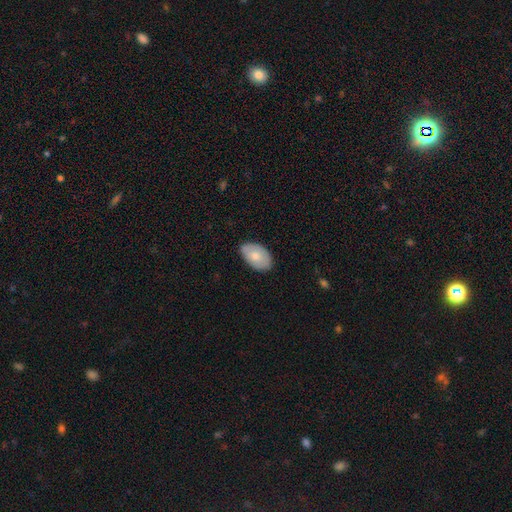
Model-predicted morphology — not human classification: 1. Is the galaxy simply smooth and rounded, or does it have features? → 72% smooth, 22% featured or disk, 6% star or artifact.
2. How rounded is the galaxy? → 93% in between, 6% round, 1% cigar-shaped.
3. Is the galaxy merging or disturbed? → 78% none, 18% minor disturbance, 3% major disturbance, 1% merger.